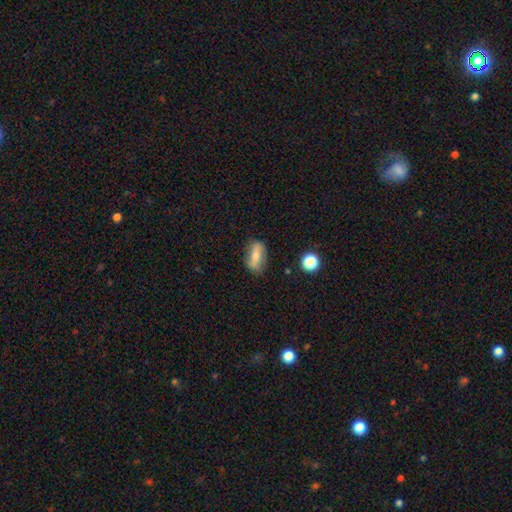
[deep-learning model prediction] This appears to be a smooth galaxy with no disk features (59%) that is in between round and cigar-shaped (77%). Merging: none (76%).